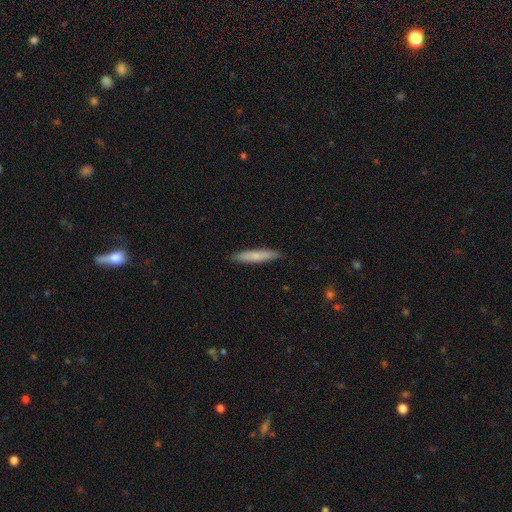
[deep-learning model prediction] Smooth or featured? Predicted: smooth (p=0.75). How rounded? Predicted: cigar-shaped (p=0.91). Merging? Predicted: none (p=0.90).